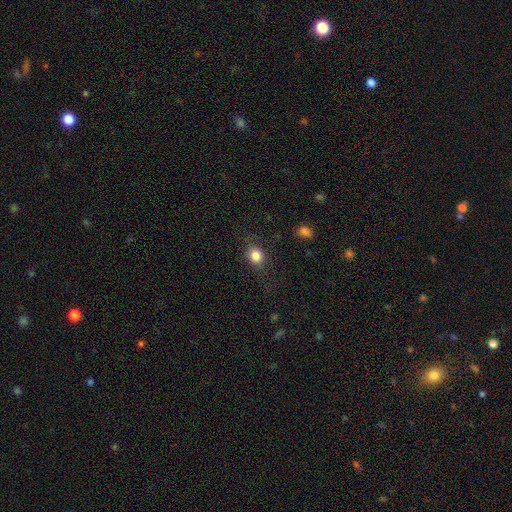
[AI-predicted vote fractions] smooth-or-featured: smooth: 83% | star or artifact: 10% | featured or disk: 7%
  how-rounded: round: 64% | in between: 35% | cigar-shaped: 1%
  merging: none: 78% | minor disturbance: 14% | major disturbance: 7% | merger: 1%